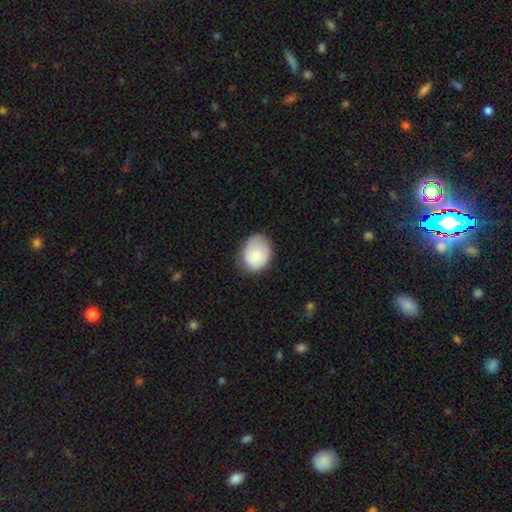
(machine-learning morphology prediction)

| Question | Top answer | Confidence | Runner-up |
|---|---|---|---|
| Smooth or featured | smooth | 77% | featured or disk (17%) |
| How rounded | round | 51% | in between (48%) |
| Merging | none | 66% | minor disturbance (26%) |